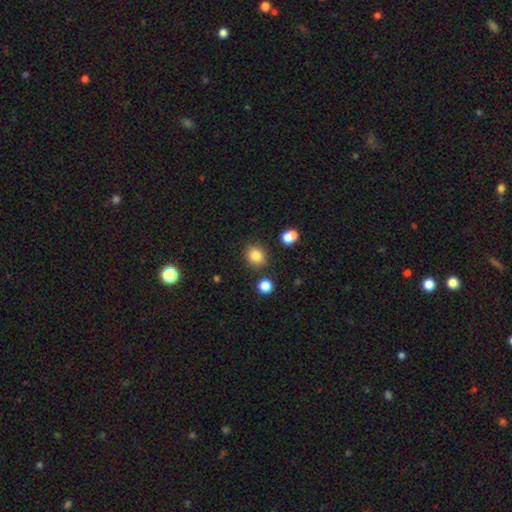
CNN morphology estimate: A smooth galaxy with no disk features (83%) that is round (76%). Merging: none (83%).